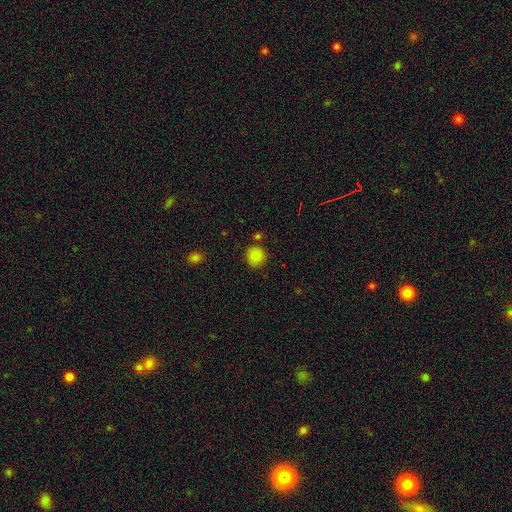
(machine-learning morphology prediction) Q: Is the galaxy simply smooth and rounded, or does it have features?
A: smooth — 86%.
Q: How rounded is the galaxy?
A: round — 92%.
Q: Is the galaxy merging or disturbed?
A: none — 82%.